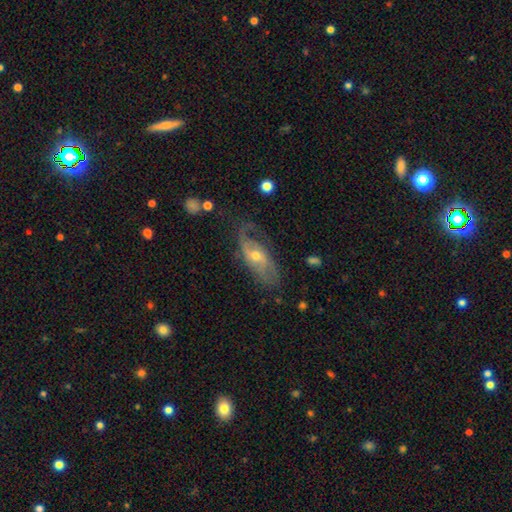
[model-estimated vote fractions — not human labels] Smooth or featured: featured or disk — 76% (smooth — 17%)
Edge-on disk: no — 89% (yes — 11%)
Bar: no — 64% (weak — 29%)
Spiral arms: yes — 88% (no — 12%)
Spiral winding: medium — 41% (tight — 30%)
Spiral arm count: 2 — 55% (can't tell — 22%)
Bulge size: small — 48% (tied with moderate — 48%)
Merging: none — 60% (minor disturbance — 23%)